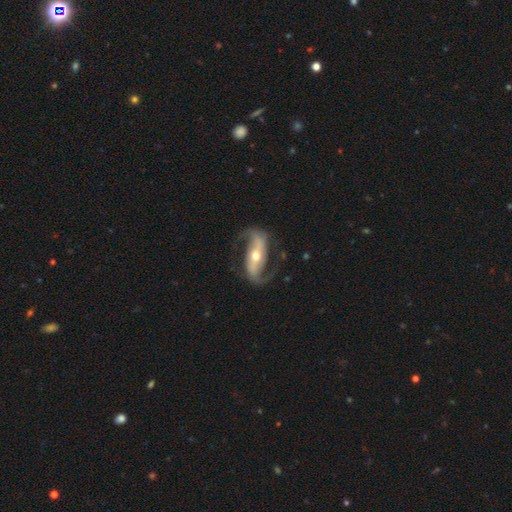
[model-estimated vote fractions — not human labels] smooth-or-featured: featured or disk: 89% | smooth: 7% | star or artifact: 4%
  disk-edge-on: no: 94% | yes: 6%
    bar: strong: 50% | weak: 29% | no: 21%
    has-spiral-arms: yes: 96% | no: 4%
      spiral-winding: loose: 54% | medium: 36% | tight: 10%
      spiral-arm-count: 2: 93% | 1: 2% | can't tell: 2% | 3: 1% | 4: 1% | more than 4: 1%
    bulge-size: moderate: 65% | small: 28% | large: 5% | dominant: 1% | none: 1%
  merging: none: 77% | minor disturbance: 13% | major disturbance: 9% | merger: 2%